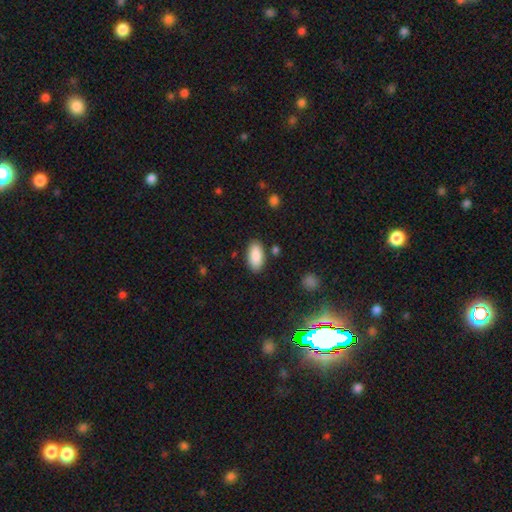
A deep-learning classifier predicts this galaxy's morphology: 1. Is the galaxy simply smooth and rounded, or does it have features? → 89% smooth, 6% star or artifact, 5% featured or disk.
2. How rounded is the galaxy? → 93% in between, 5% cigar-shaped, 2% round.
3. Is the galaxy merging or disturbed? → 86% none, 9% minor disturbance, 2% merger, 2% major disturbance.